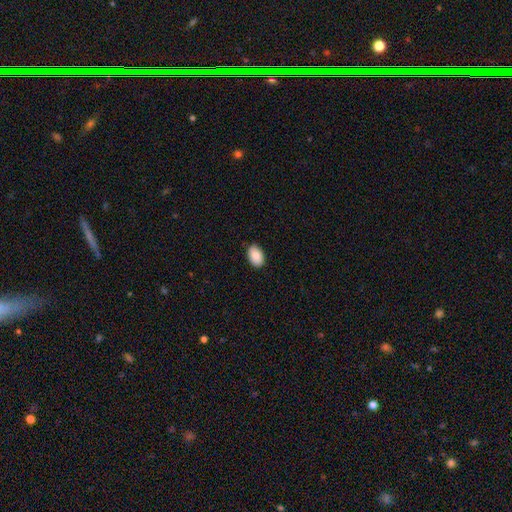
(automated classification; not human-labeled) Smooth or featured?
  - smooth: 88% *
  - star or artifact: 7%
  - featured or disk: 5%
How rounded?
  - in between: 89% *
  - round: 10%
  - cigar-shaped: 1%
Merging?
  - none: 86% *
  - minor disturbance: 11%
  - major disturbance: 2%
  - merger: 1%